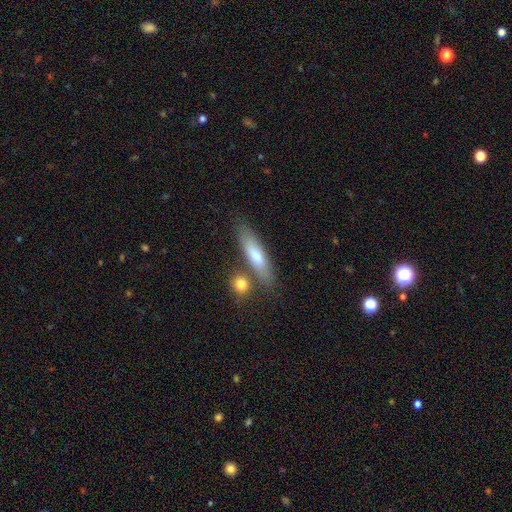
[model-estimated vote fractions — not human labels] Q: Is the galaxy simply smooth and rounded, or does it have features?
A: smooth — 68%.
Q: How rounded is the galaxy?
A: cigar-shaped — 70%.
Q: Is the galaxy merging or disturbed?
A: none — 69%.